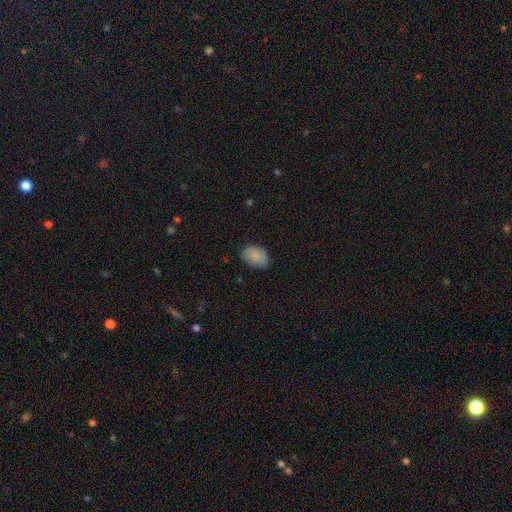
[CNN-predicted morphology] A smooth galaxy with no disk features (84%) that is in between round and cigar-shaped (79%).

Vote fractions:
- Smooth or featured? smooth: 84% / featured or disk: 8% / star or artifact: 8%
- How rounded? in between: 79% / round: 20% / cigar-shaped: 1%
- Merging? none: 69% / minor disturbance: 25% / major disturbance: 5% / merger: 1%